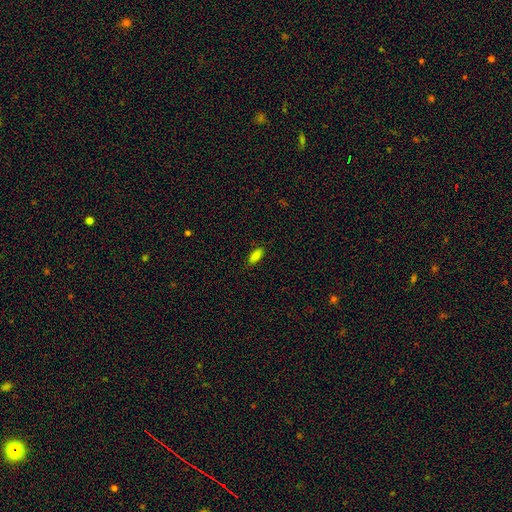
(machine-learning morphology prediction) A smooth galaxy with no disk features (85%) that is in between round and cigar-shaped (86%). Merging: none (85%).